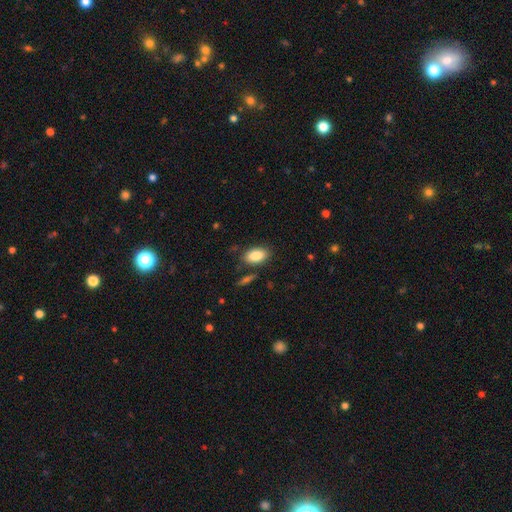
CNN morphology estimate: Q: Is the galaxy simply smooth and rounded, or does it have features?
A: smooth — 85%.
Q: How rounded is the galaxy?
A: in between — 91%.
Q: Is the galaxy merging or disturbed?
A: none — 81%.